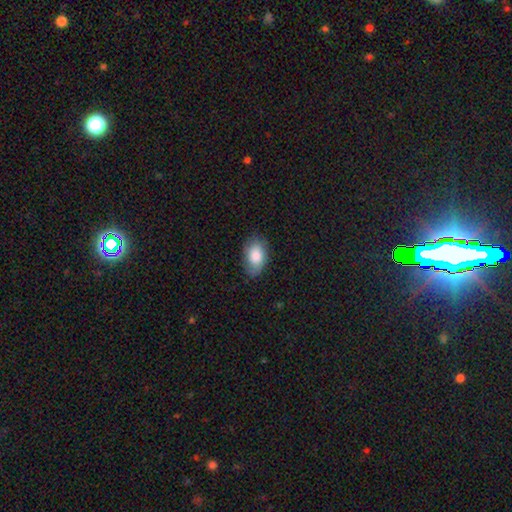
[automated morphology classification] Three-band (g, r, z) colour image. It shows a smooth galaxy with no disk features (81%) that is in between round and cigar-shaped (92%). Merging: none (77%).